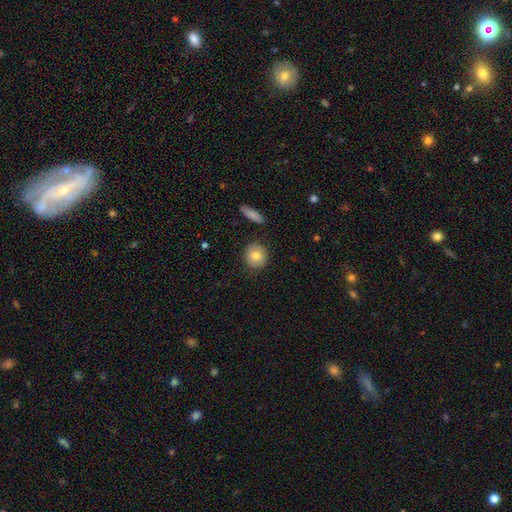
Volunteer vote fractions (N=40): Q: Smooth or featured?
A: smooth (82%); runner-up: featured or disk (15%)
Q: How rounded?
A: round (97%); runner-up: cigar-shaped (3%)
Q: Merging?
A: none (90%); runner-up: minor disturbance (8%)